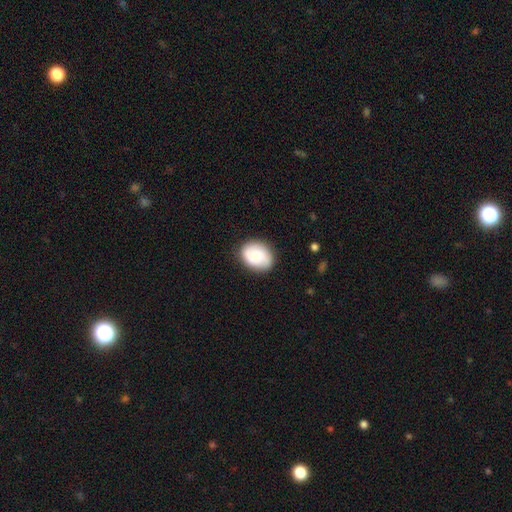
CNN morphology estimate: A smooth galaxy with no disk features (67%) that is in between round and cigar-shaped (56%). Merging: none (82%).